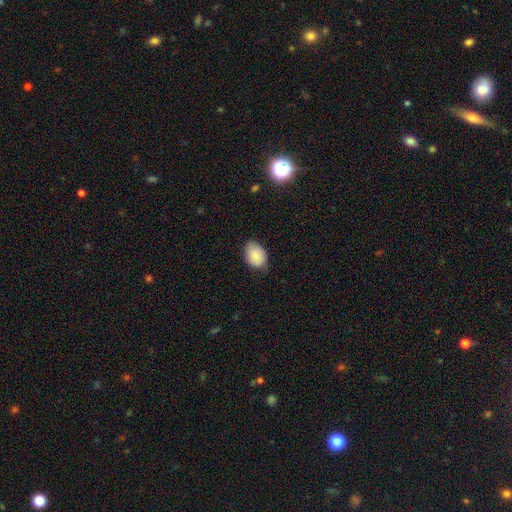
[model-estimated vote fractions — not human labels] Q: Smooth or featured?
A: smooth (84%); runner-up: featured or disk (9%)
Q: How rounded?
A: in between (78%); runner-up: round (21%)
Q: Merging?
A: none (70%); runner-up: minor disturbance (26%)